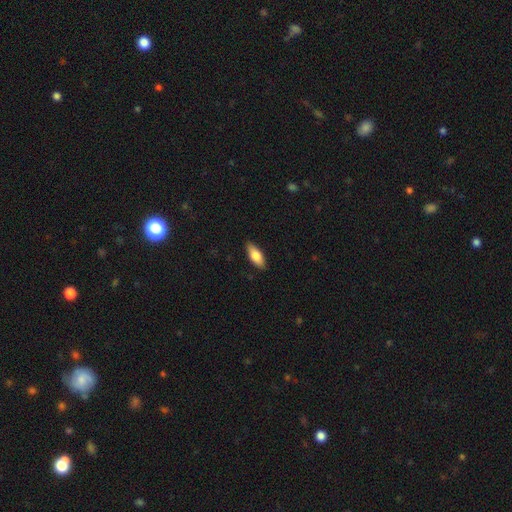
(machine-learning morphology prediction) smooth-or-featured: smooth: 73% | featured or disk: 21% | star or artifact: 6%
  how-rounded: in between: 76% | cigar-shaped: 21% | round: 2%
  merging: none: 87% | minor disturbance: 10% | major disturbance: 2% | merger: 1%